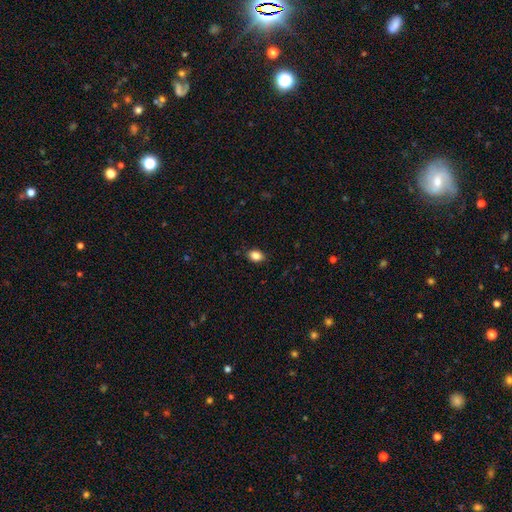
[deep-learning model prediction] smooth_or_featured: smooth (p=0.87) [alt: star or artifact p=0.09]
how_rounded: in between (p=0.77) [alt: round p=0.21]
merging: none (p=0.87) [alt: minor disturbance p=0.10]